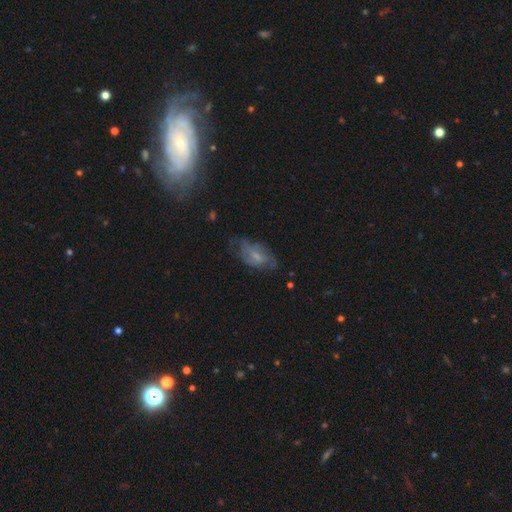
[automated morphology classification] smooth-or-featured: featured or disk: 54% | smooth: 36% | star or artifact: 9%
  disk-edge-on: no: 94% | yes: 6%
    bar: weak: 47% | no: 44% | strong: 9%
    has-spiral-arms: yes: 75% | no: 25%
    bulge-size: small: 49% | moderate: 30% | none: 17% | large: 2% | dominant: 1%
  merging: none: 54% | minor disturbance: 29% | major disturbance: 15% | merger: 2%